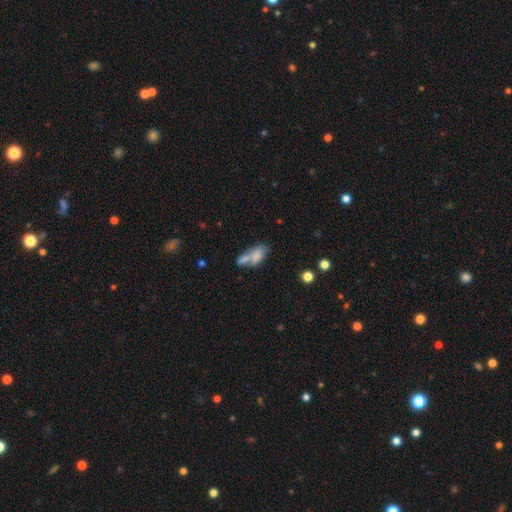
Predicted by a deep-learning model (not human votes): smooth_or_featured: smooth (p=0.73) [alt: featured or disk p=0.18]
how_rounded: in between (p=0.85) [alt: cigar-shaped p=0.11]
merging: merger (p=0.53) [alt: none p=0.27]